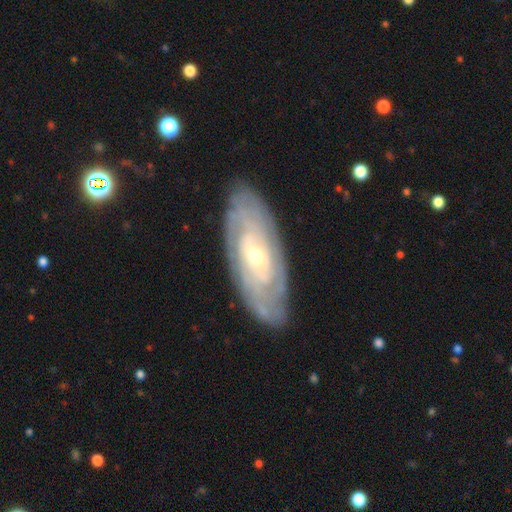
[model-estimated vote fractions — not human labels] A featured or disk galaxy (81%) with no bar (61%), tight (80%) spiral arms (90%) and a small central bulge (65%).

Vote fractions:
- Smooth or featured? featured or disk: 81% / smooth: 13% / star or artifact: 6%
- Edge-on disk? no: 89% / yes: 11%
- Bar? no: 61% / weak: 30% / strong: 9%
- Spiral arms? yes: 90% / no: 10%
- Spiral winding? tight: 80% / medium: 16% / loose: 4%
- Spiral arm count? can't tell: 54% / 2: 15% / 4: 10% / 3: 10% / more than 4: 7% / 1: 5%
- Bulge size? small: 65% / moderate: 31% / large: 2% / none: 1% / dominant: 1%
- Merging? none: 84% / minor disturbance: 12% / major disturbance: 3% / merger: 1%